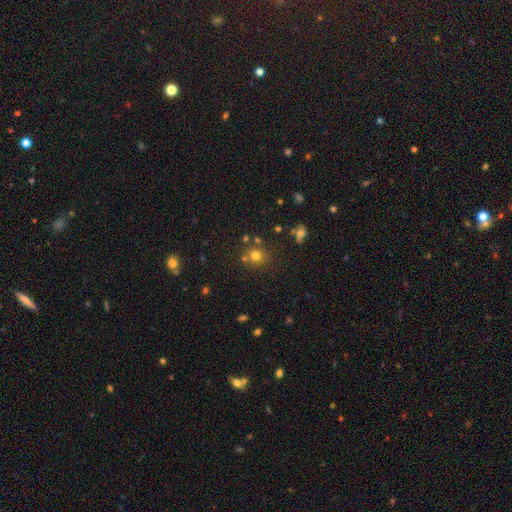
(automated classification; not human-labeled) smooth_or_featured: smooth (p=0.72) [alt: star or artifact p=0.20]
how_rounded: round (p=0.88) [alt: in between p=0.11]
merging: none (p=0.75) [alt: merger p=0.12]